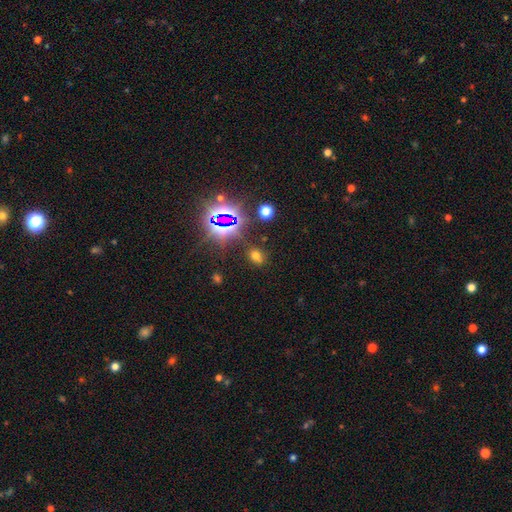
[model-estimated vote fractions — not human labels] A smooth galaxy with no disk features (53%) that is in between round and cigar-shaped (62%). Merging: none (79%).